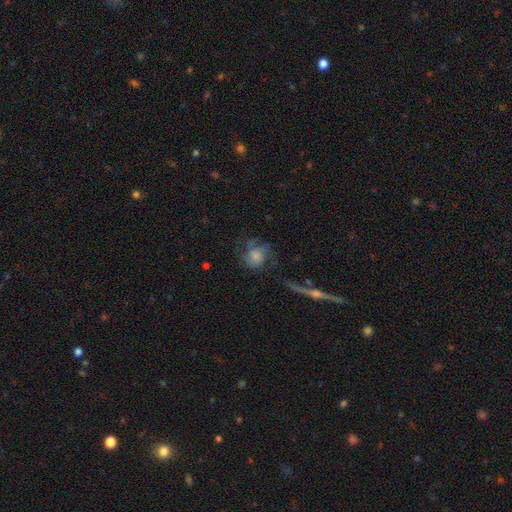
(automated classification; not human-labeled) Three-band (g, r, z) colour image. It shows a featured or disk galaxy (47%). Merging: none (45%).